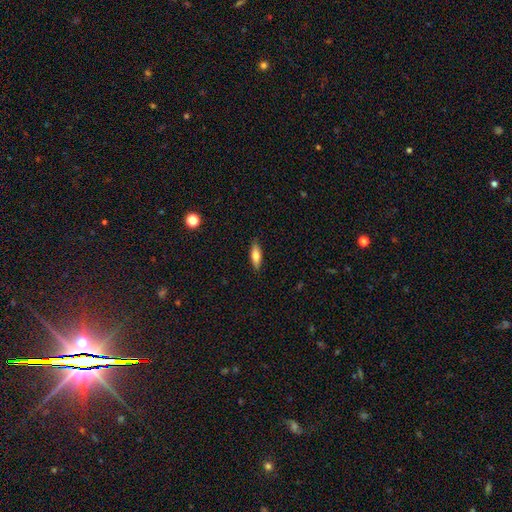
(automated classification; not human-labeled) Q: Smooth or featured?
A: smooth (71%); runner-up: featured or disk (23%)
Q: How rounded?
A: in between (53%); runner-up: cigar-shaped (44%)
Q: Merging?
A: none (86%); runner-up: minor disturbance (11%)